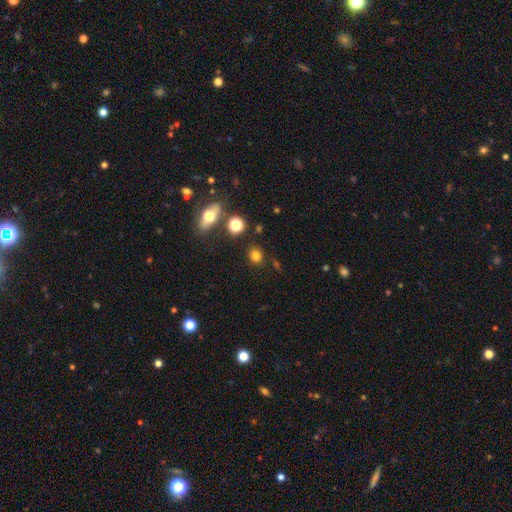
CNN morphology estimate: A smooth galaxy with no disk features (78%) that is round (75%).

Vote fractions:
- Smooth or featured? smooth: 78% / star or artifact: 15% / featured or disk: 7%
- How rounded? round: 75% / in between: 23% / cigar-shaped: 1%
- Merging? none: 84% / minor disturbance: 9% / merger: 4% / major disturbance: 3%